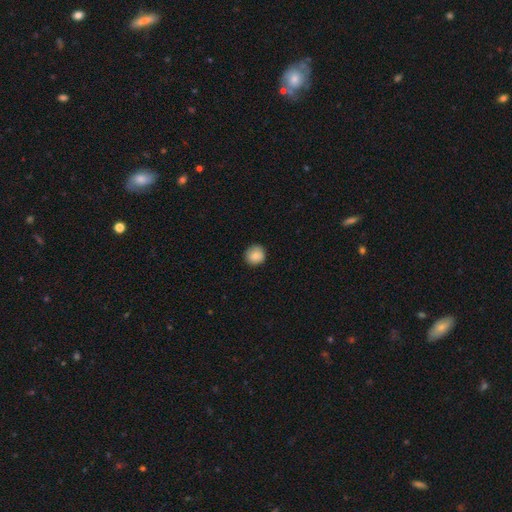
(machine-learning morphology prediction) Overall: smooth (87%). How rounded: round (93%). Merging: none (88%).